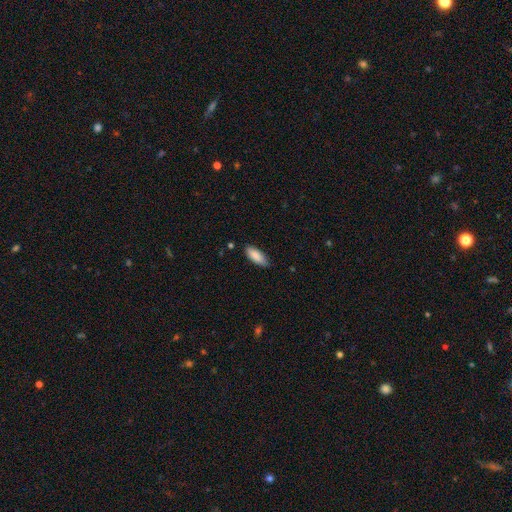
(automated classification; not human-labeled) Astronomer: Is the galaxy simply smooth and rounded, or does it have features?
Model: smooth — 88%.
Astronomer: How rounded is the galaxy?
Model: in between — 76%.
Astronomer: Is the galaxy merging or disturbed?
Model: none — 80%.